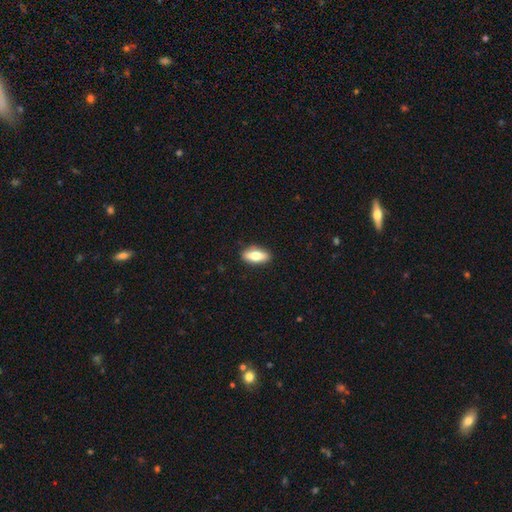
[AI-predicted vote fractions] Q: Smooth or featured?
A: smooth (67%); runner-up: featured or disk (27%)
Q: How rounded?
A: in between (77%); runner-up: cigar-shaped (20%)
Q: Merging?
A: none (87%); runner-up: minor disturbance (9%)